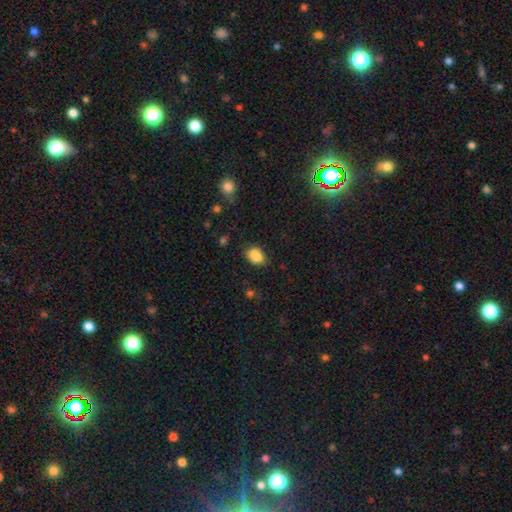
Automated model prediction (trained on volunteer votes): The model was most divided on "merging": none: 57%, minor disturbance: 27%, merger: 9%, major disturbance: 7%. More confident: smooth or featured — smooth (82%); how rounded — in between (71%).